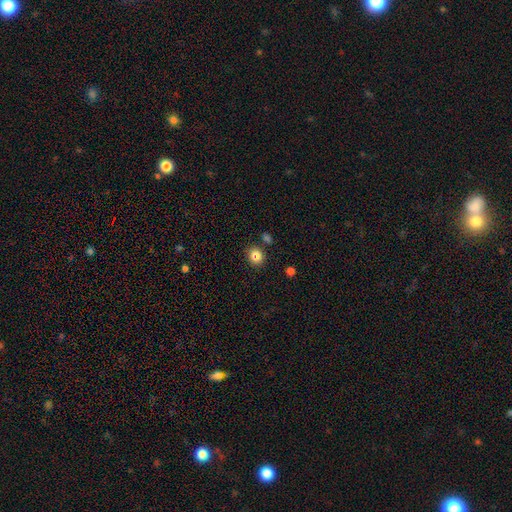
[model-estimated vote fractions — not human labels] This is clearly a smooth galaxy (85%). How rounded: likely round (79%). Merging: likely none (80%).